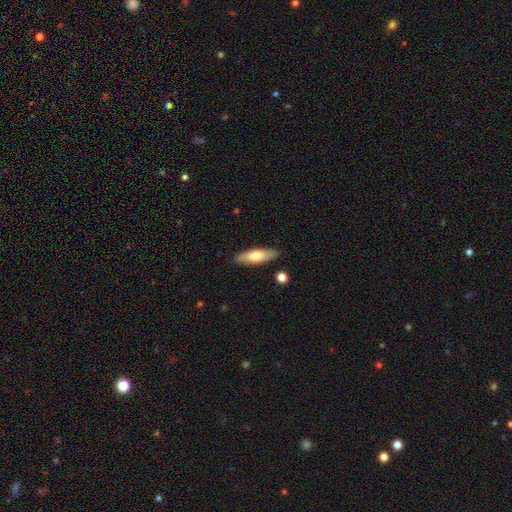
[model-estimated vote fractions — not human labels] Smooth or featured? smooth (68%)
How rounded? cigar-shaped (50%)
Merging? none (86%)